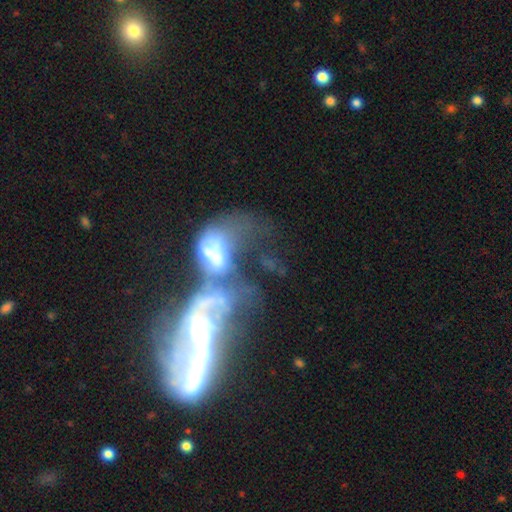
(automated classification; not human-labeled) The model was most divided on "bulge size": moderate: 37%, small: 33%, none: 17%, large: 10%, dominant: 3%. Remaining: edge-on disk — no (85%); smooth or featured — featured or disk (71%); merging — merger (70%); spiral arms — yes (68%); bar — no (48%).